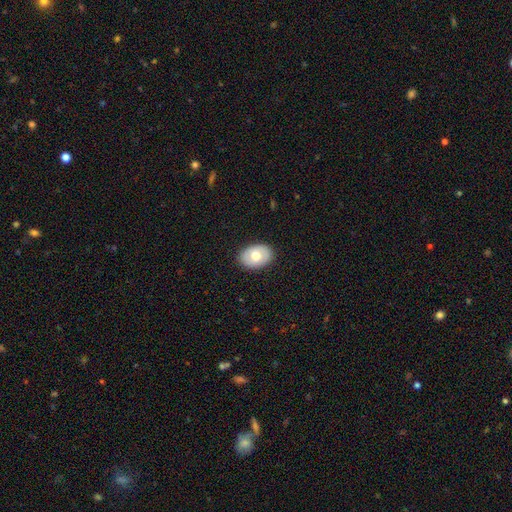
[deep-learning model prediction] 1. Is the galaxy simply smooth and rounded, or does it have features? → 67% smooth, 27% featured or disk, 6% star or artifact.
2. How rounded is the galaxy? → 79% in between, 20% round, 1% cigar-shaped.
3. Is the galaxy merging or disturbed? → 88% none, 9% minor disturbance, 2% major disturbance, 1% merger.